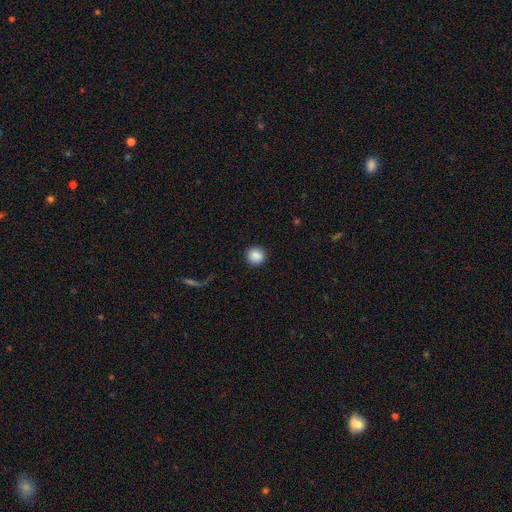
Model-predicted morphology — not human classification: smooth-or-featured: smooth: 88% | star or artifact: 9% | featured or disk: 4%
  how-rounded: round: 89% | in between: 10% | cigar-shaped: 1%
  merging: none: 91% | minor disturbance: 6% | major disturbance: 2% | merger: 1%